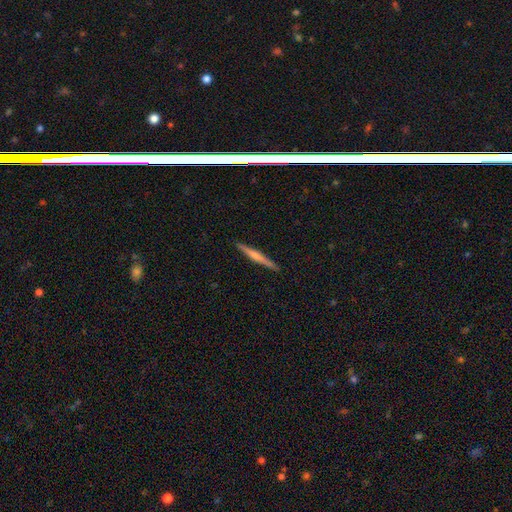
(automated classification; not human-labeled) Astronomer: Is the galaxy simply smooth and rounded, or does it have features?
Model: featured or disk — 54% (runner-up: smooth, 41%).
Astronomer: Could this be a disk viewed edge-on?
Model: yes — 98%.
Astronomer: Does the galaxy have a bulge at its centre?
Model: rounded — 48% (runner-up: none, 34%).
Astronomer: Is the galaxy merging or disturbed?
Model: none — 91%.